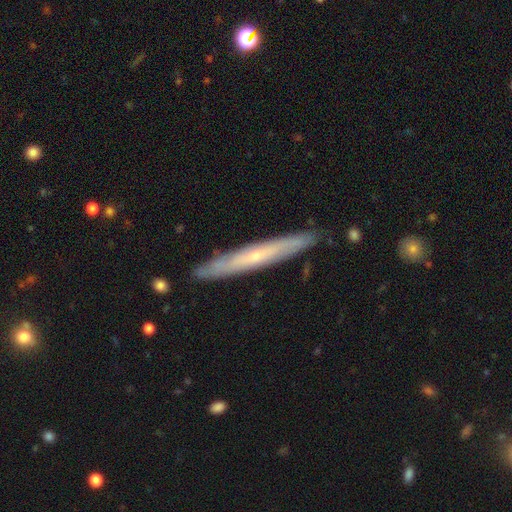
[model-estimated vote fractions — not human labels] Smooth or featured: featured or disk — 61% (smooth — 34%)
Edge-on disk: yes — 85% (no — 15%)
Edge-on bulge: none — 52% (rounded — 46%)
Merging: none — 87% (minor disturbance — 10%)